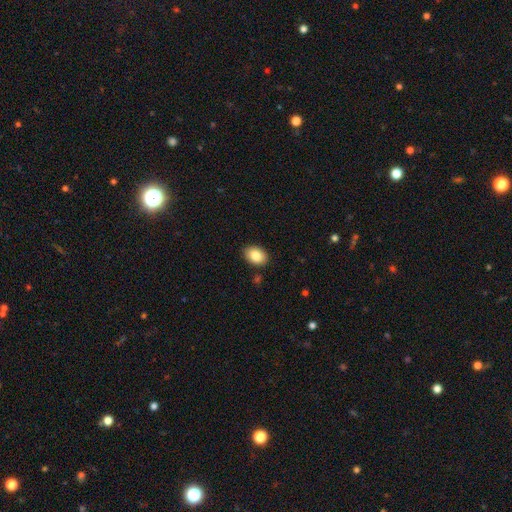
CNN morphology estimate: Smooth or featured?
  - smooth: 86% *
  - star or artifact: 8%
  - featured or disk: 6%
How rounded?
  - in between: 80% *
  - round: 19%
  - cigar-shaped: 1%
Merging?
  - none: 87% *
  - minor disturbance: 9%
  - major disturbance: 2%
  - merger: 2%